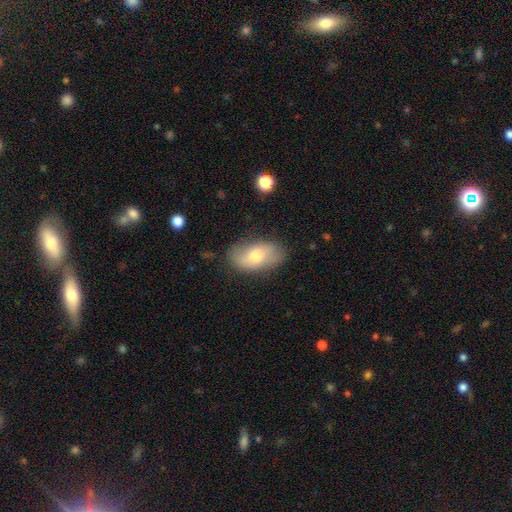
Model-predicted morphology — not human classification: Q: Smooth or featured?
A: smooth (64%); runner-up: featured or disk (29%)
Q: How rounded?
A: in between (92%); runner-up: round (5%)
Q: Merging?
A: none (79%); runner-up: minor disturbance (16%)